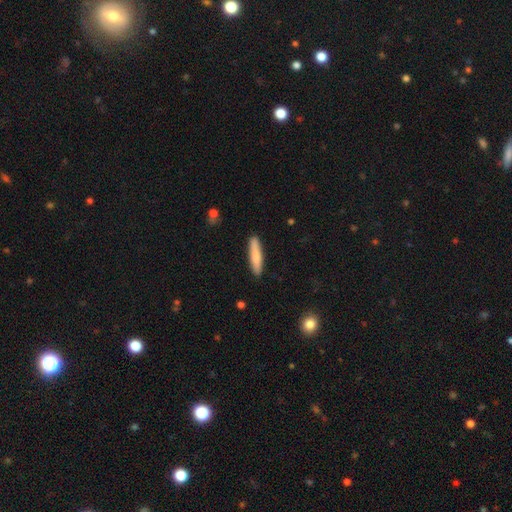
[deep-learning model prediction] A smooth galaxy with no disk features (77%) that is cigar-shaped (88%). Merging: none (90%).